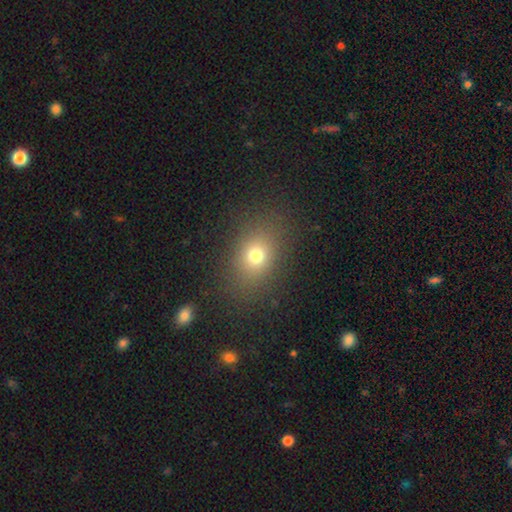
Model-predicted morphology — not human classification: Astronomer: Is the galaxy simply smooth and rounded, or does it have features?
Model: smooth — 71%.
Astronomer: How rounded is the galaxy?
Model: in between — 59% (runner-up: round, 40%).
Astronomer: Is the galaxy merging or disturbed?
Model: none — 83%.